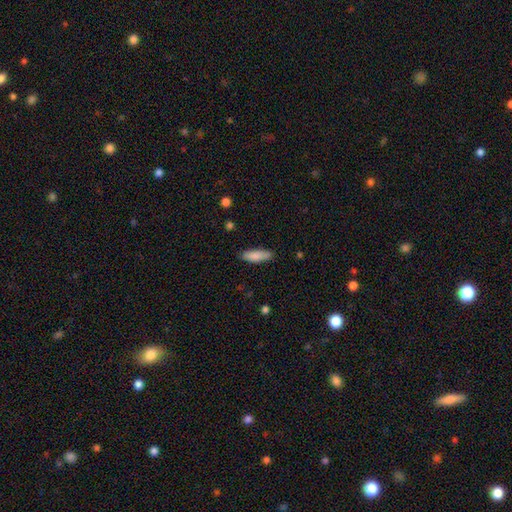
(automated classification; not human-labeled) The model was most divided on "how rounded" (2-way tie): in between: 49%, cigar-shaped: 49%, round: 2%. More confident: merging — none (86%); smooth or featured — smooth (85%).